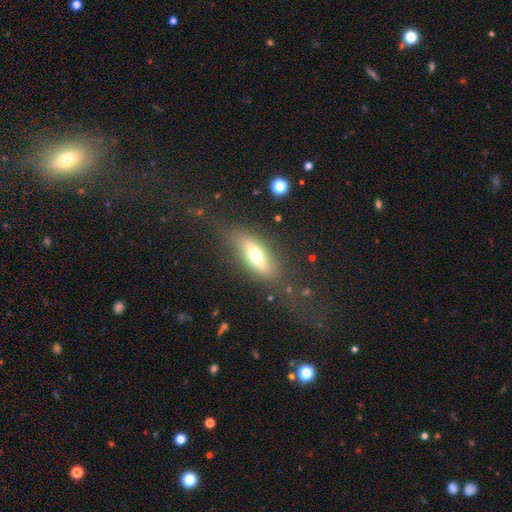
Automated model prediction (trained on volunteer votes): The model was most divided on "smooth or featured": smooth: 55%, featured or disk: 37%, star or artifact: 8%. More confident: merging — none (75%); how rounded — in between (60%).